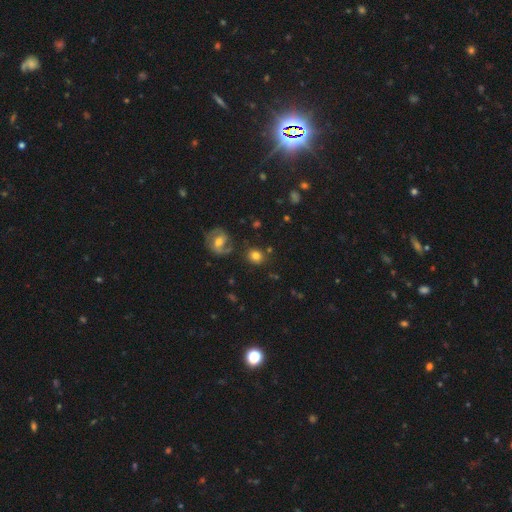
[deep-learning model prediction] Smooth or featured? smooth (76%)
How rounded? round (82%)
Merging? none (79%)